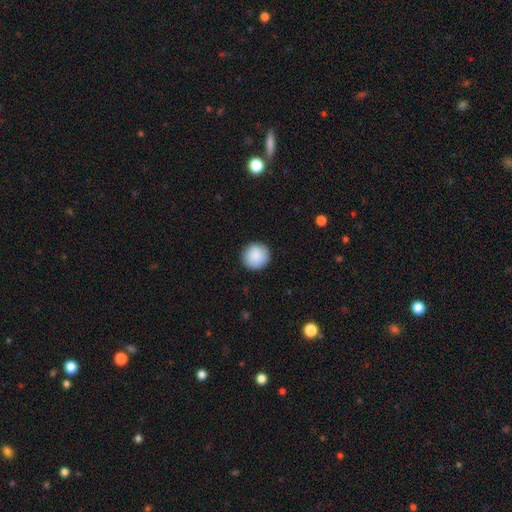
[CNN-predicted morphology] A smooth galaxy with no disk features (90%) that is round (95%). Merging: none (90%).